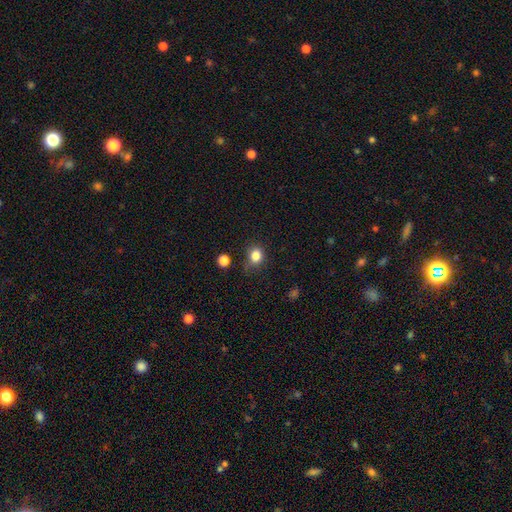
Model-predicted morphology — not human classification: Smooth or featured? Predicted: smooth (p=0.83). How rounded? Predicted: round (p=0.72). Merging? Predicted: none (p=0.71).